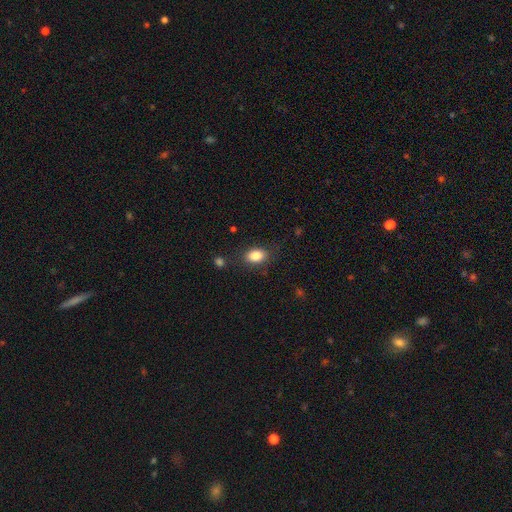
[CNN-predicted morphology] Q: Smooth or featured?
A: smooth (85%); runner-up: star or artifact (9%)
Q: How rounded?
A: in between (82%); runner-up: round (16%)
Q: Merging?
A: none (80%); runner-up: minor disturbance (13%)